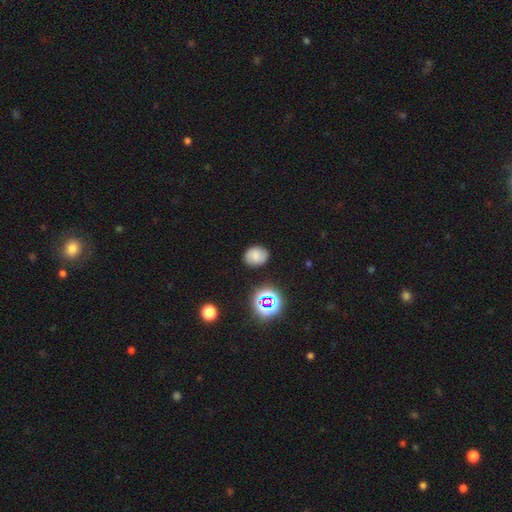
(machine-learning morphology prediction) A smooth galaxy with no disk features (65%) that is round (59%).

Vote fractions:
- Smooth or featured? smooth: 65% / featured or disk: 19% / star or artifact: 16%
- How rounded? round: 59% / in between: 40% / cigar-shaped: 1%
- Merging? none: 83% / minor disturbance: 12% / major disturbance: 3% / merger: 2%